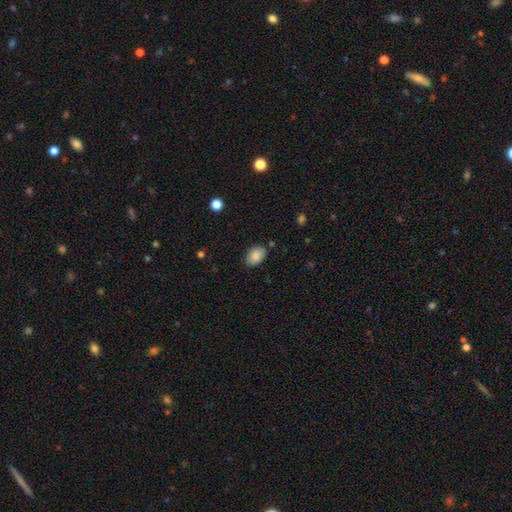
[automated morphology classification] A smooth galaxy with no disk features (87%) that is in between round and cigar-shaped (88%).

Vote fractions:
- Smooth or featured? smooth: 87% / star or artifact: 7% / featured or disk: 6%
- How rounded? in between: 88% / round: 11% / cigar-shaped: 1%
- Merging? none: 82% / minor disturbance: 13% / major disturbance: 3% / merger: 2%